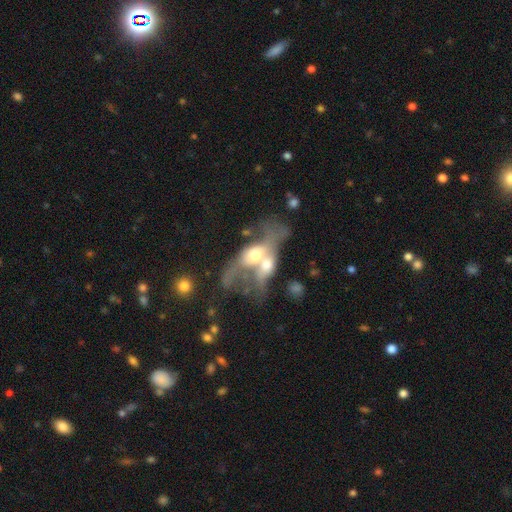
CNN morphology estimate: This appears to be a featured or disk galaxy (53%). Merging: merger (73%).